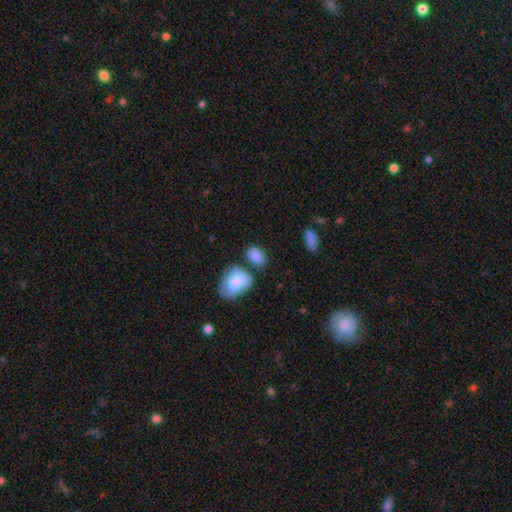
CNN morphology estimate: Overall: smooth (82%). How rounded: in between (80%). Merging: none (47%; merger 23%).